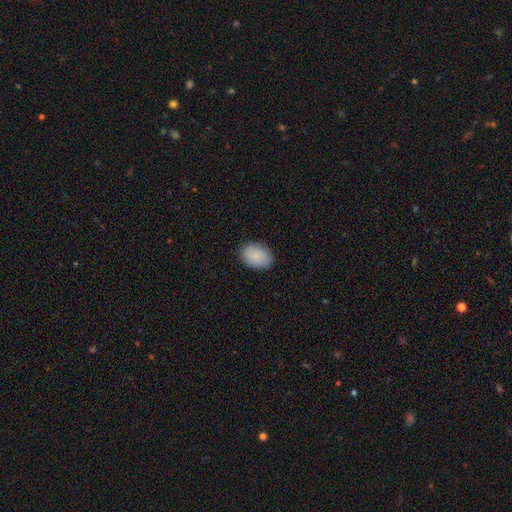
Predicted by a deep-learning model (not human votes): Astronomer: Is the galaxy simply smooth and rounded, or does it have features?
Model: smooth — 87%.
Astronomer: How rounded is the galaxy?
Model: in between — 72%.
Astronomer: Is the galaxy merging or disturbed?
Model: none — 87%.